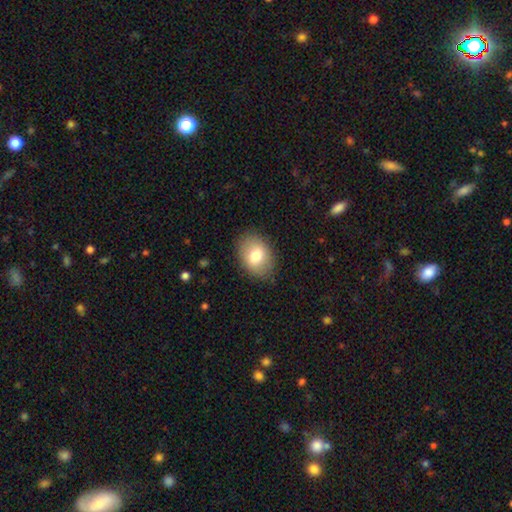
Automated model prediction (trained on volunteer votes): Q: Smooth or featured?
A: smooth (76%); runner-up: featured or disk (17%)
Q: How rounded?
A: in between (74%); runner-up: round (25%)
Q: Merging?
A: none (84%); runner-up: minor disturbance (11%)